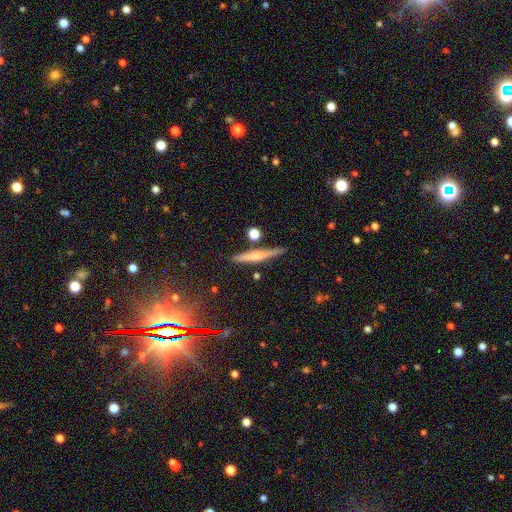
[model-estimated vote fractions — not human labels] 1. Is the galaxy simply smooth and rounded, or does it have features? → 51% featured or disk, 41% smooth, 8% star or artifact.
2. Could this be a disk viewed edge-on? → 96% yes, 4% no.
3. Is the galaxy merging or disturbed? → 81% none, 11% minor disturbance, 5% merger, 3% major disturbance.